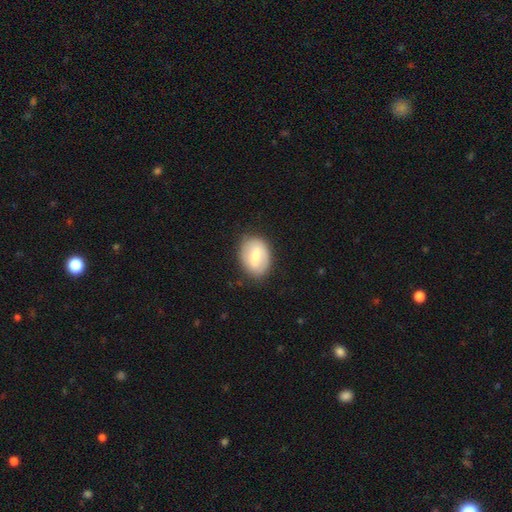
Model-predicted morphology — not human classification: smooth 58%, featured or disk 36%, star or artifact 6%. Down the decision tree: how rounded — in between (74%); merging — none (81%).